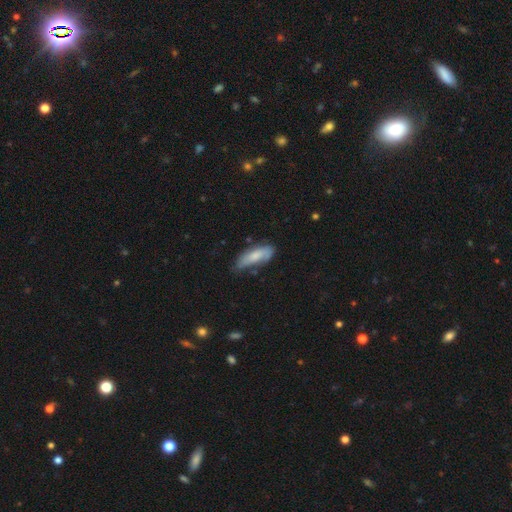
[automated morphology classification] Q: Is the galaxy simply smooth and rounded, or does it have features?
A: smooth — 70%.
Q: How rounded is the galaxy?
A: in between — 61%.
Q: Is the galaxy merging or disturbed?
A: none — 54%.